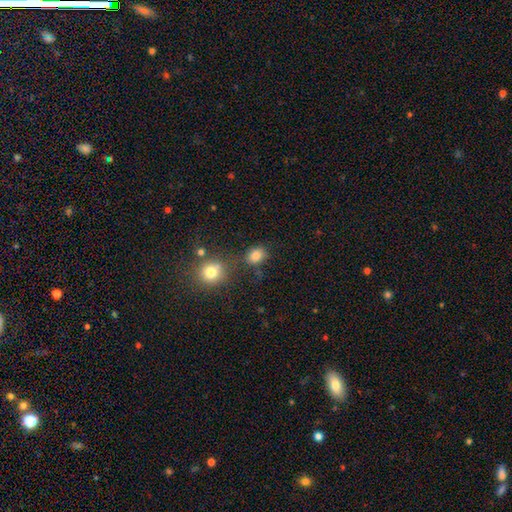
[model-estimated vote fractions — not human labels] smooth-or-featured: smooth: 81% | star or artifact: 13% | featured or disk: 6%
  how-rounded: in between: 54% | round: 45% | cigar-shaped: 1%
  merging: none: 70% | minor disturbance: 14% | merger: 11% | major disturbance: 5%